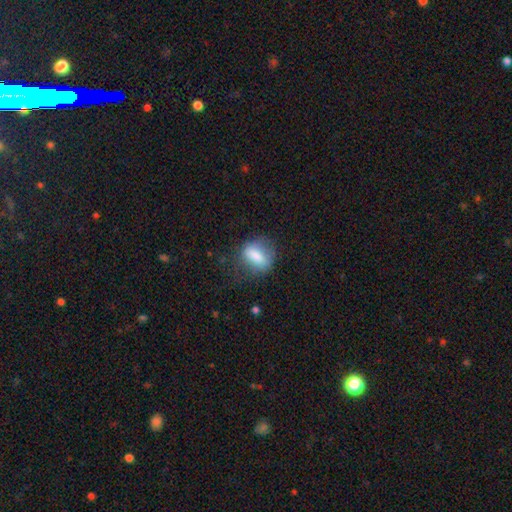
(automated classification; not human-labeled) smooth_or_featured: smooth (p=0.77) [alt: featured or disk p=0.14]
how_rounded: in between (p=0.70) [alt: round p=0.25]
merging: none (p=0.59) [alt: minor disturbance p=0.24]